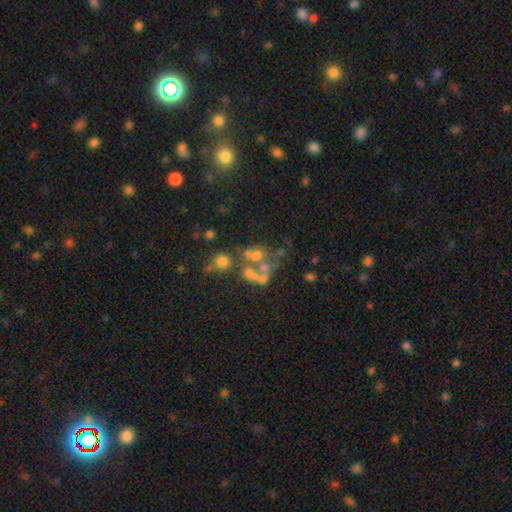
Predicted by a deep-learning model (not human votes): Q: Smooth or featured?
A: featured or disk (40%); runner-up: smooth (39%)
Q: Merging?
A: merger (45%); runner-up: none (29%)